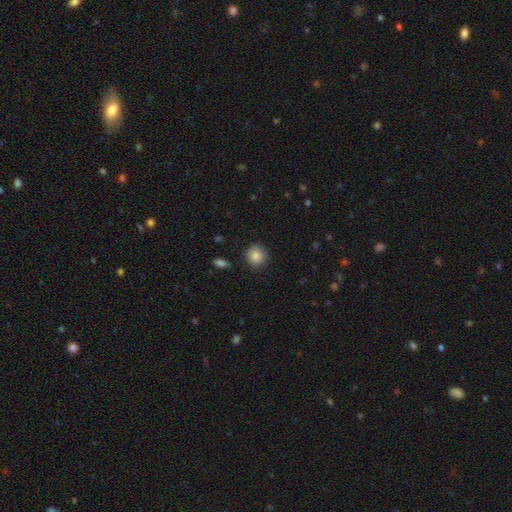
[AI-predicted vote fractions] Smooth or featured?
  - smooth: 87% *
  - star or artifact: 9%
  - featured or disk: 5%
How rounded?
  - round: 88% *
  - in between: 11%
  - cigar-shaped: 1%
Merging?
  - none: 87% *
  - minor disturbance: 9%
  - major disturbance: 2%
  - merger: 1%